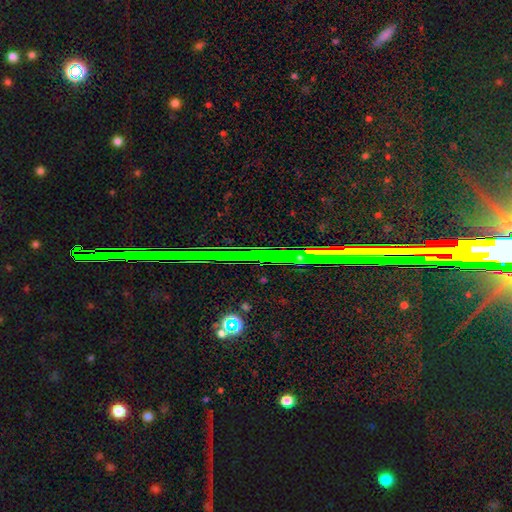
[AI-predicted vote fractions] Smooth or featured? star or artifact (76%)